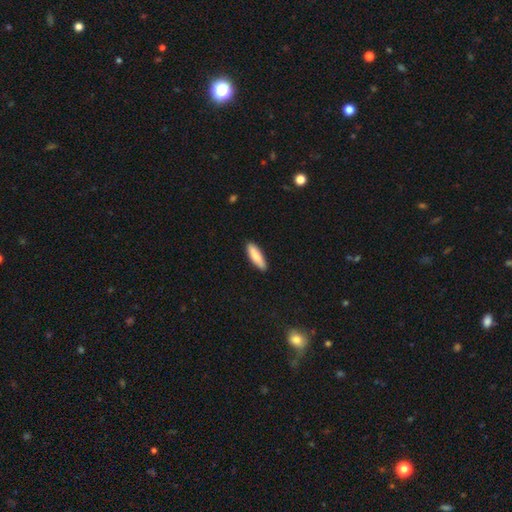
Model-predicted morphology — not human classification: smooth-or-featured: smooth: 82% | featured or disk: 12% | star or artifact: 5%
  how-rounded: cigar-shaped: 59% | in between: 39% | round: 2%
  merging: none: 89% | minor disturbance: 9% | major disturbance: 2% | merger: 1%